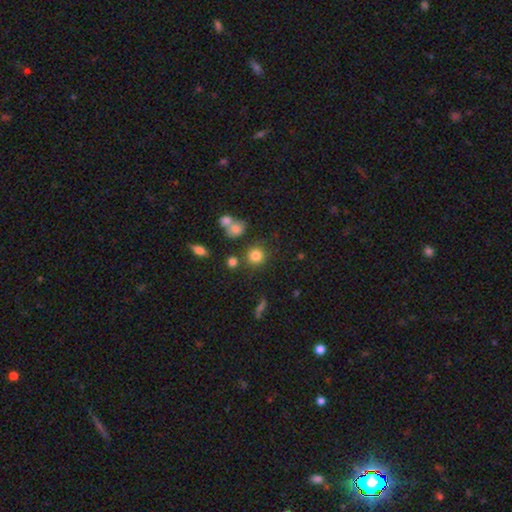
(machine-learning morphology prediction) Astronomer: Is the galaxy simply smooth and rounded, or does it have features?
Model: smooth — 81%.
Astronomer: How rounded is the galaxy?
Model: round — 89%.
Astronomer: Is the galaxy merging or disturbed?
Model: none — 75%.